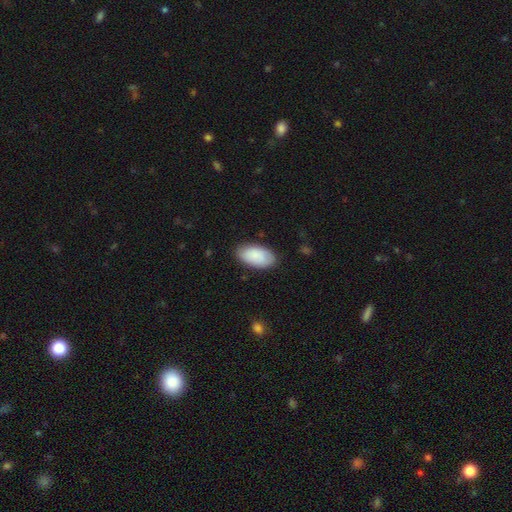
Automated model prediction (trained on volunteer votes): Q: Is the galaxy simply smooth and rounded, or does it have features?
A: smooth — 85%.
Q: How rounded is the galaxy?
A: in between — 96%.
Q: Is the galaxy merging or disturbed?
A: none — 84%.